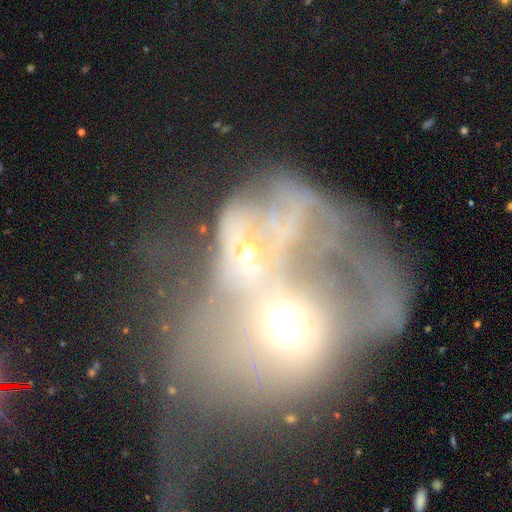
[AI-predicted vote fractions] Smooth or featured? Predicted: featured or disk (p=0.53). Edge-on disk? Predicted: no (p=0.95). Bar? Predicted: no (p=0.82). Spiral arms? Predicted: no (p=0.72). Bulge size? Predicted: moderate (p=0.61). Merging? Predicted: merger (p=0.63).